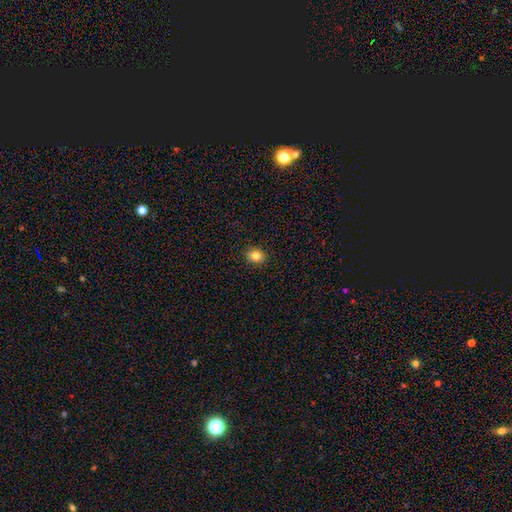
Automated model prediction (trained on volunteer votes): Smooth or featured: smooth — 84% (star or artifact — 10%)
How rounded: in between — 50% (round — 49%)
Merging: none — 91% (minor disturbance — 7%)